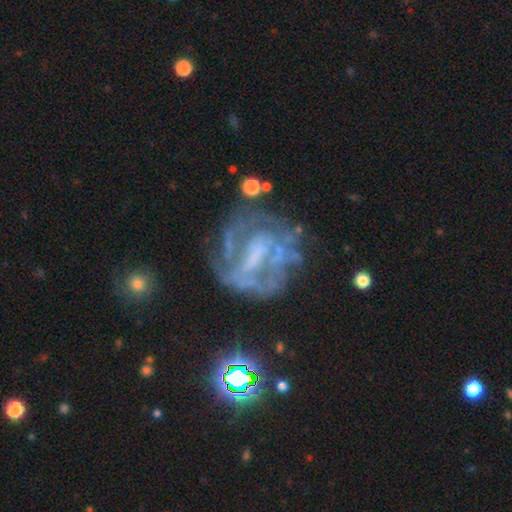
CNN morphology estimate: Q: Smooth or featured?
A: featured or disk (75%); runner-up: star or artifact (13%)
Q: Edge-on disk?
A: no (97%); runner-up: yes (3%)
Q: Bar?
A: weak (37%); tied with: no (37%)
Q: Spiral arms?
A: yes (61%); runner-up: no (39%)
Q: Bulge size?
A: none (51%); runner-up: moderate (22%)
Q: Merging?
A: none (55%); runner-up: major disturbance (22%)